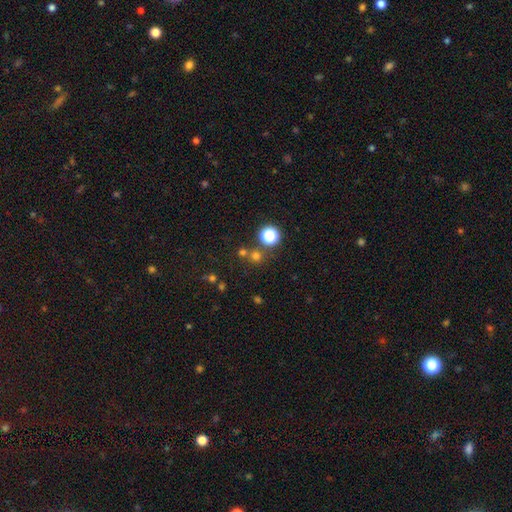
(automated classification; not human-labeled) A smooth galaxy with no disk features (63%) that is round (91%). Merging: none (70%).